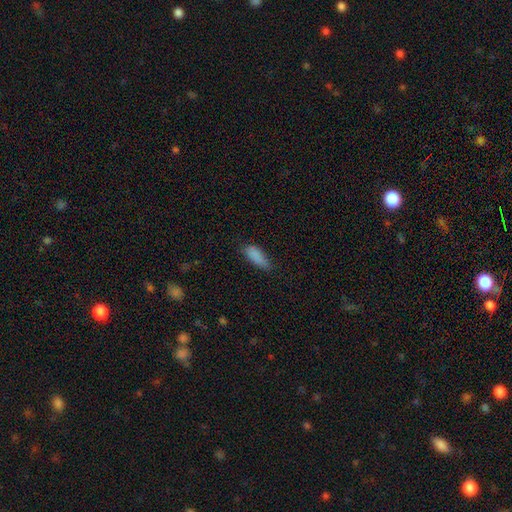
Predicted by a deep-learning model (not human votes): Morphology: type=smooth (85%); roundness=in between (71%); merging=none (63%).